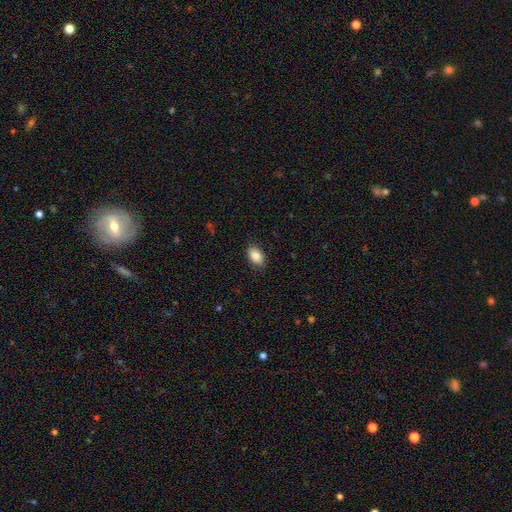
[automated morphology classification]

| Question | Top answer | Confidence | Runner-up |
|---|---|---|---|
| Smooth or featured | smooth | 86% | star or artifact (8%) |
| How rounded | in between | 89% | round (9%) |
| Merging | none | 87% | minor disturbance (10%) |